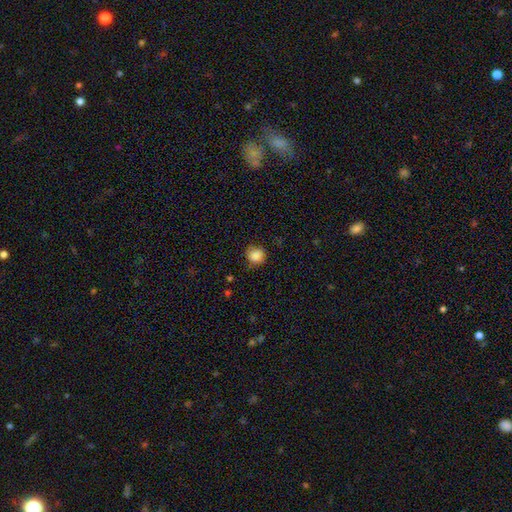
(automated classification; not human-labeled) Smooth or featured: smooth — 87% (star or artifact — 9%)
How rounded: round — 87% (in between — 12%)
Merging: none — 82% (minor disturbance — 13%)